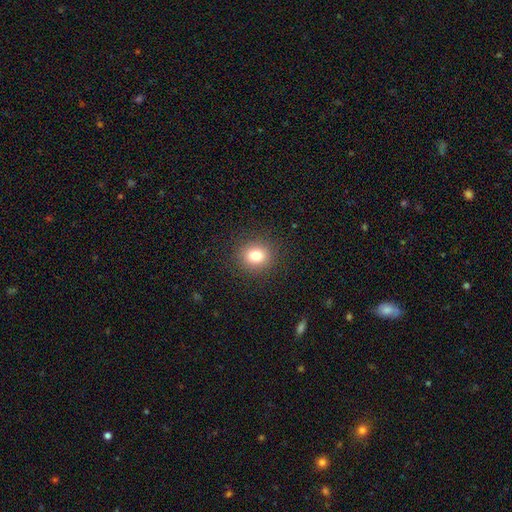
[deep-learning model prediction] smooth_or_featured: smooth (p=0.80) [alt: star or artifact p=0.12]
how_rounded: round (p=0.82) [alt: in between p=0.17]
merging: none (p=0.90) [alt: minor disturbance p=0.07]